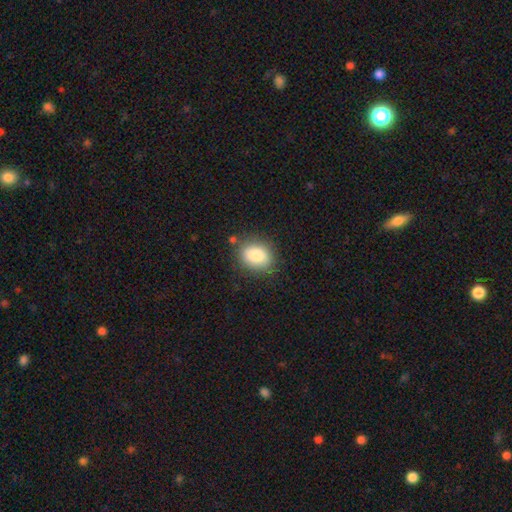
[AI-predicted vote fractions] A smooth galaxy with no disk features (84%) that is in between round and cigar-shaped (62%).

Vote fractions:
- Smooth or featured? smooth: 84% / star or artifact: 8% / featured or disk: 7%
- How rounded? in between: 62% / round: 37% / cigar-shaped: 1%
- Merging? none: 80% / minor disturbance: 13% / major disturbance: 4% / merger: 3%